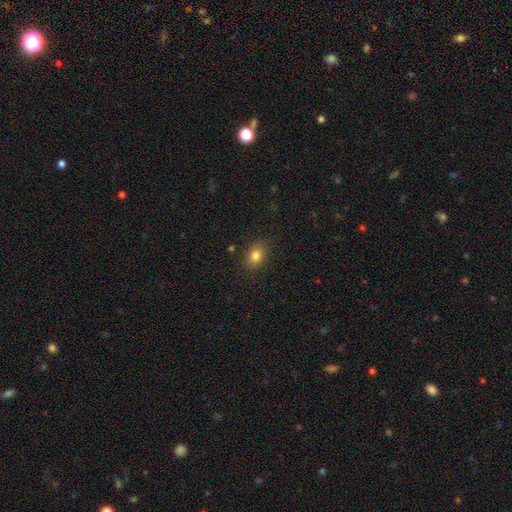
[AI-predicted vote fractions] smooth 82%, star or artifact 11%, featured or disk 7%. Down the decision tree: how rounded — in between (68%); merging — none (86%).